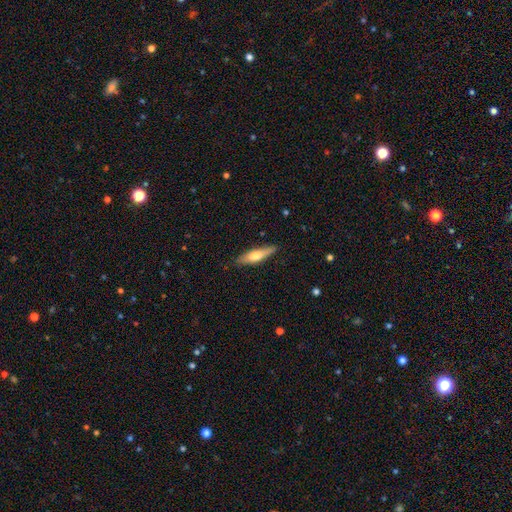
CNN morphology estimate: Smooth or featured: smooth — 58% (featured or disk — 37%)
How rounded: cigar-shaped — 72% (in between — 26%)
Merging: none — 85% (minor disturbance — 12%)